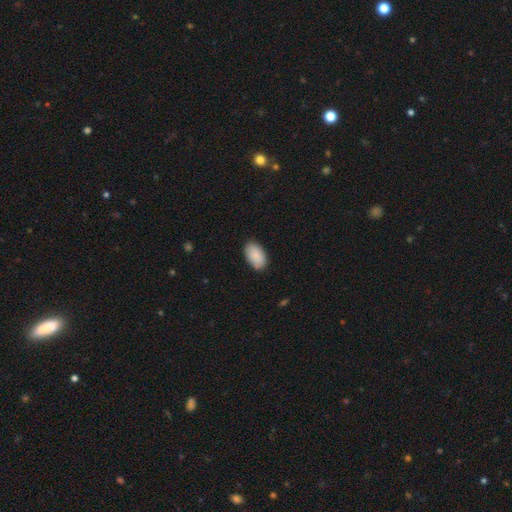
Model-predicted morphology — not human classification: type=smooth (90%); roundness=in between (94%); merging=none (85%).